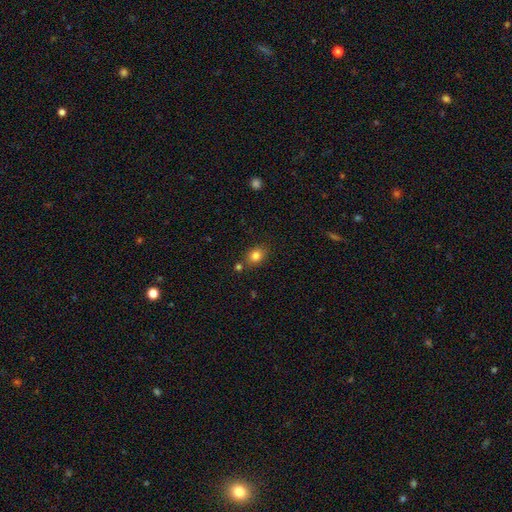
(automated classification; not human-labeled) smooth 82%, star or artifact 11%, featured or disk 7%. Down the decision tree: how rounded — round (52%); merging — none (77%).